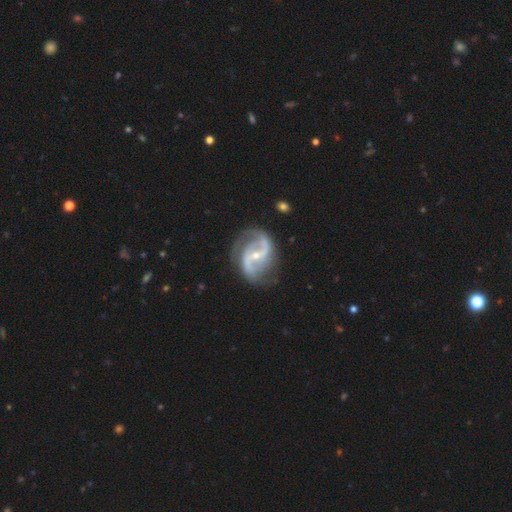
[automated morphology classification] featured or disk 91%, star or artifact 5%, smooth 5%. Down the decision tree: edge-on disk — no (97%); bar — strong (40%); spiral arms — yes (97%); spiral arm count — 2 (89%); spiral winding — medium (49%); bulge size — small (62%); merging — none (70%).